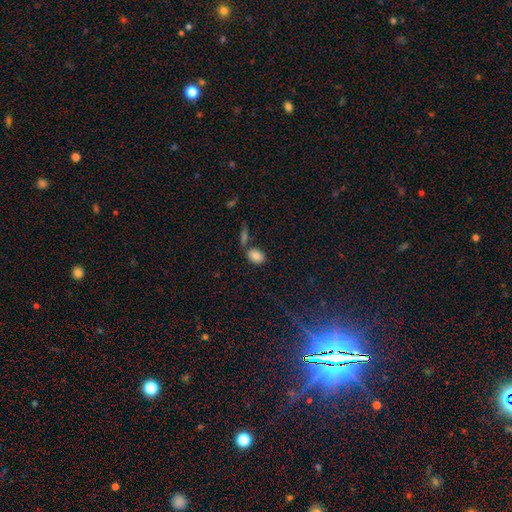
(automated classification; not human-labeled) Morphology: type=smooth (82%); roundness=in between (74%); merging=none (66%).